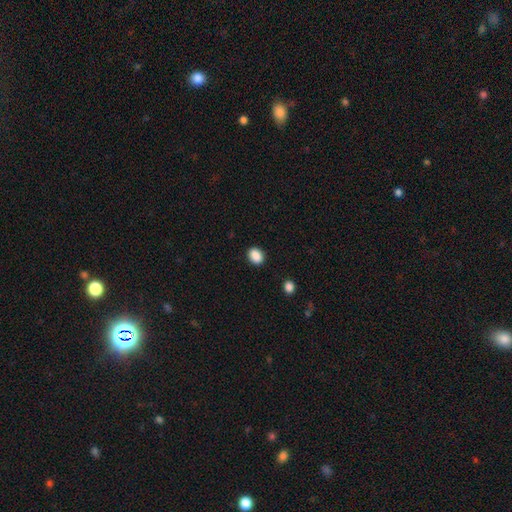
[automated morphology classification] Smooth or featured? smooth (89%)
How rounded? in between (57%)
Merging? none (89%)